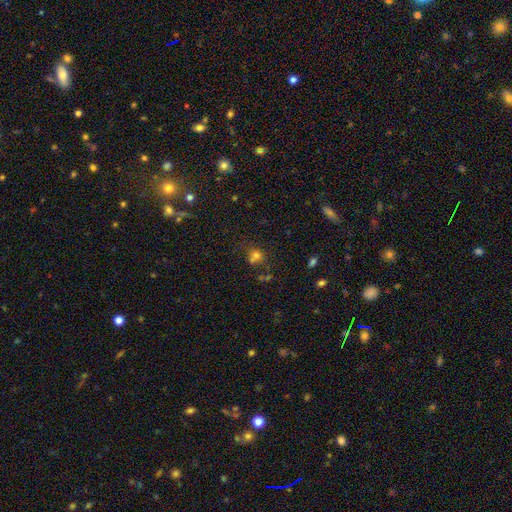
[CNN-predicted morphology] smooth 66%, star or artifact 22%, featured or disk 12%. Down the decision tree: how rounded — round (69%); merging — none (45%).